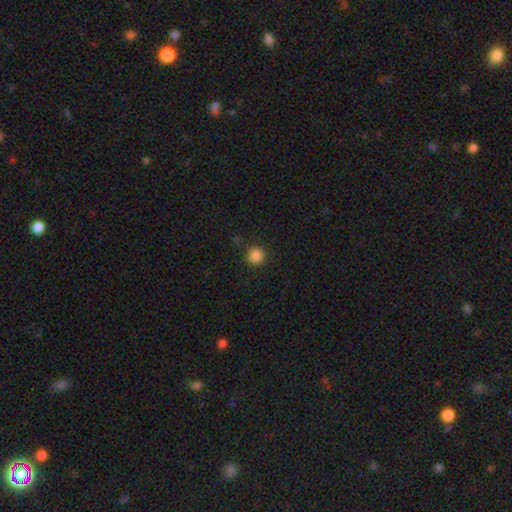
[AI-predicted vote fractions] Smooth or featured? Predicted: smooth (p=0.85). How rounded? Predicted: round (p=0.95). Merging? Predicted: none (p=0.89).